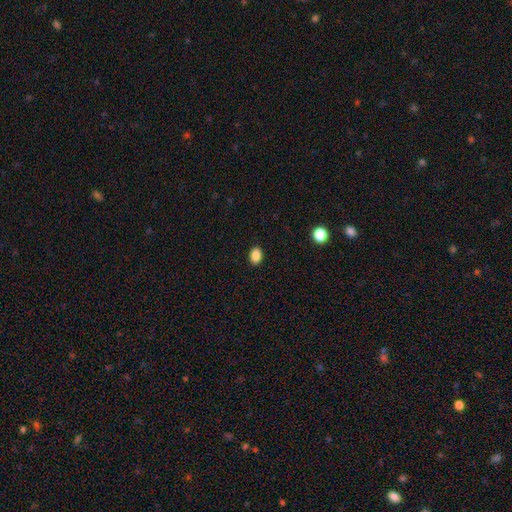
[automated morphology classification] smooth-or-featured: smooth: 87% | star or artifact: 9% | featured or disk: 4%
  how-rounded: in between: 73% | round: 26% | cigar-shaped: 1%
  merging: none: 90% | minor disturbance: 7% | major disturbance: 2% | merger: 1%